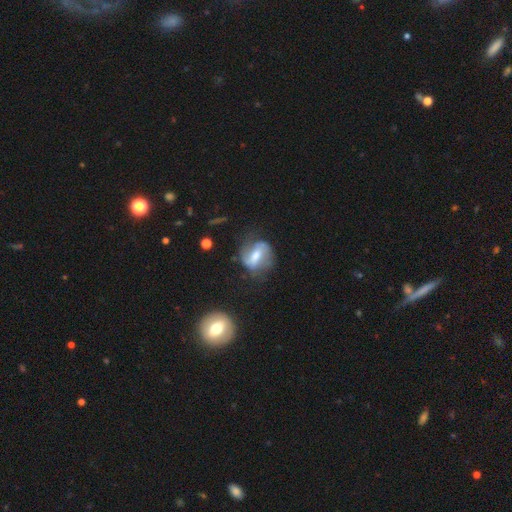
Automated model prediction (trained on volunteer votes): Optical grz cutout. It shows a featured or disk galaxy (71%) with a weak bar (43%), 2 (82%) medium (44%) spiral arms (84%) and a moderate central bulge (58%). Merging: none (61%).